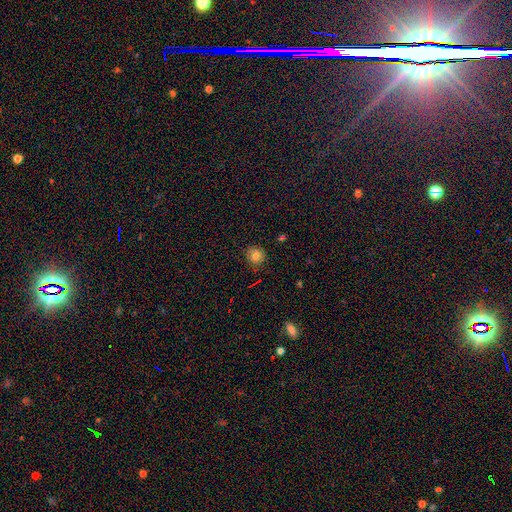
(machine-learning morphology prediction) Smooth or featured: smooth — 78% (star or artifact — 13%)
How rounded: round — 89% (in between — 10%)
Merging: none — 85% (minor disturbance — 11%)